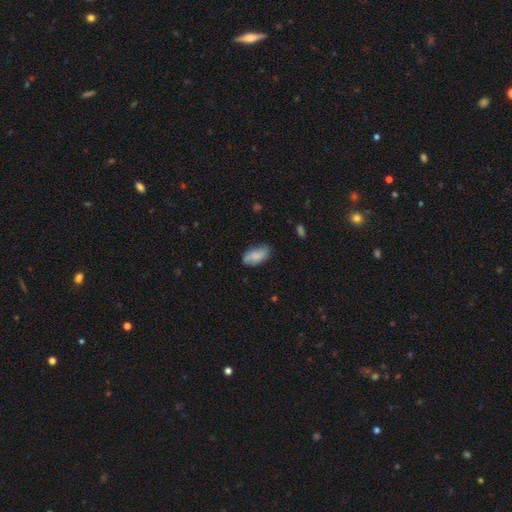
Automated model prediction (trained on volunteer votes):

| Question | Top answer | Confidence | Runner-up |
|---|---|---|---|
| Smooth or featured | smooth | 80% | featured or disk (13%) |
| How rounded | in between | 91% | cigar-shaped (6%) |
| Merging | none | 71% | minor disturbance (23%) |